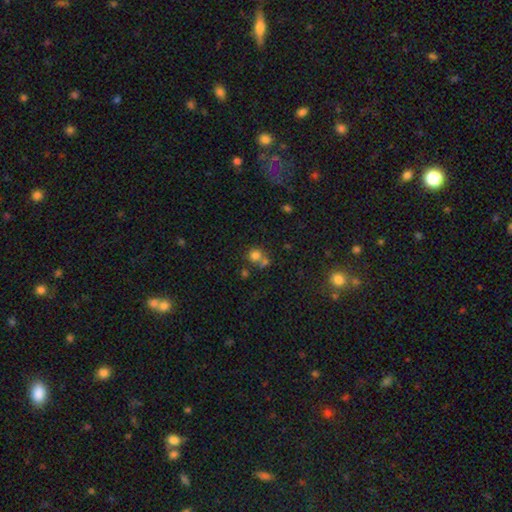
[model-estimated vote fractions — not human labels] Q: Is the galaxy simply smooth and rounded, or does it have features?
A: smooth — 75%.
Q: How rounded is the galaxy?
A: round — 84%.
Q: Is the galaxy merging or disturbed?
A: none — 47%.